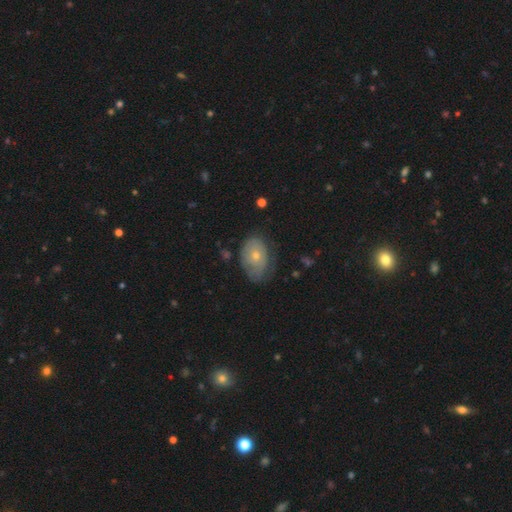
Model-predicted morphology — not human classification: Smooth or featured? smooth (54%)
How rounded? in between (78%)
Merging? none (52%)